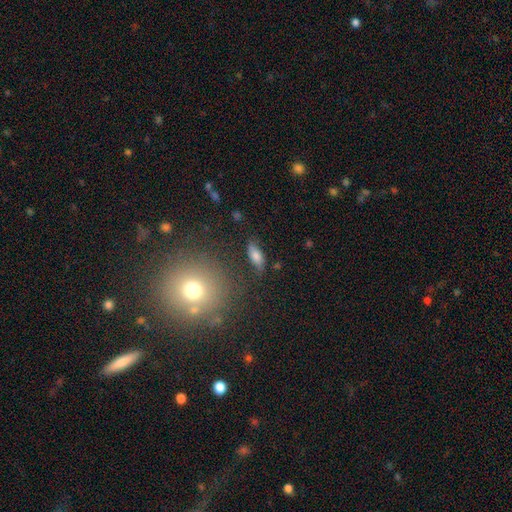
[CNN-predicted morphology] smooth_or_featured: smooth (p=0.70) [alt: featured or disk p=0.20]
how_rounded: in between (p=0.74) [alt: cigar-shaped p=0.21]
merging: none (p=0.77) [alt: minor disturbance p=0.15]